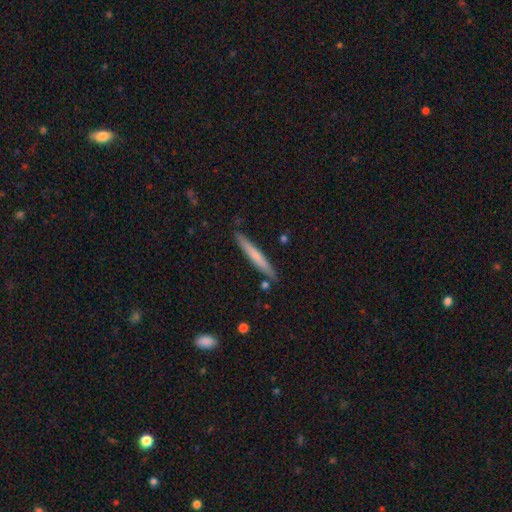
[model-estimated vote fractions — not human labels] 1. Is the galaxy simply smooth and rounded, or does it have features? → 65% smooth, 29% featured or disk, 6% star or artifact.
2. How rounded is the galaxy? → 96% cigar-shaped, 3% in between, 1% round.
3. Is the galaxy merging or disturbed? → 87% none, 9% minor disturbance, 2% merger, 2% major disturbance.